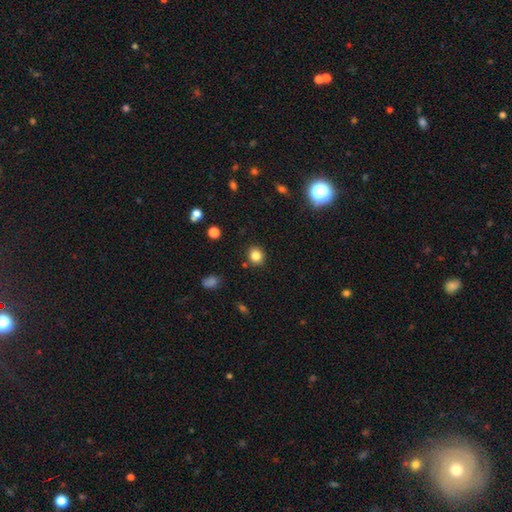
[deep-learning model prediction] Smooth or featured? Predicted: smooth (p=0.83). How rounded? Predicted: round (p=0.78). Merging? Predicted: none (p=0.88).